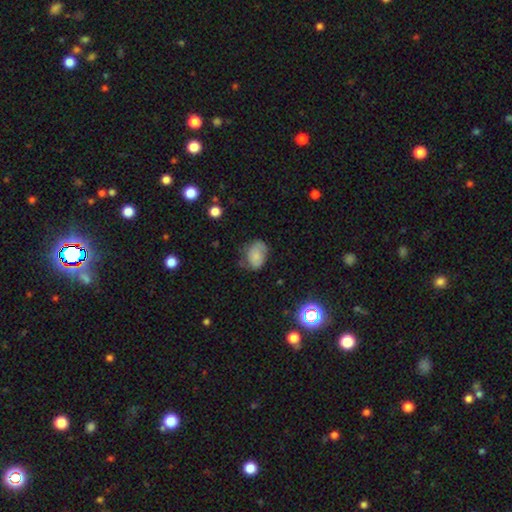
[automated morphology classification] smooth_or_featured: smooth (p=0.69) [alt: featured or disk p=0.21]
how_rounded: in between (p=0.73) [alt: round p=0.26]
merging: none (p=0.55) [alt: minor disturbance p=0.31]